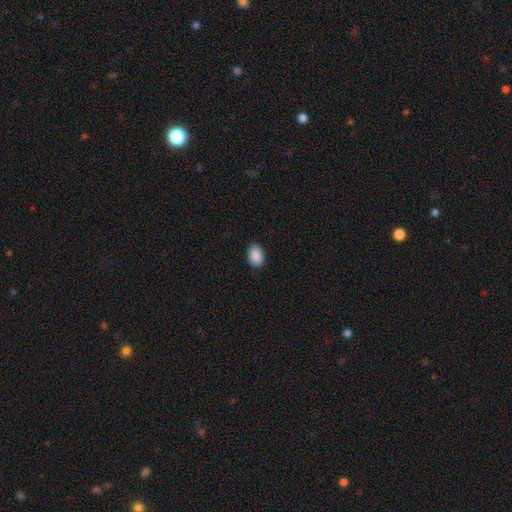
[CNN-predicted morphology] smooth-or-featured: smooth: 90% | star or artifact: 7% | featured or disk: 2%
  how-rounded: in between: 77% | round: 22% | cigar-shaped: 1%
  merging: none: 88% | minor disturbance: 9% | major disturbance: 2% | merger: 1%